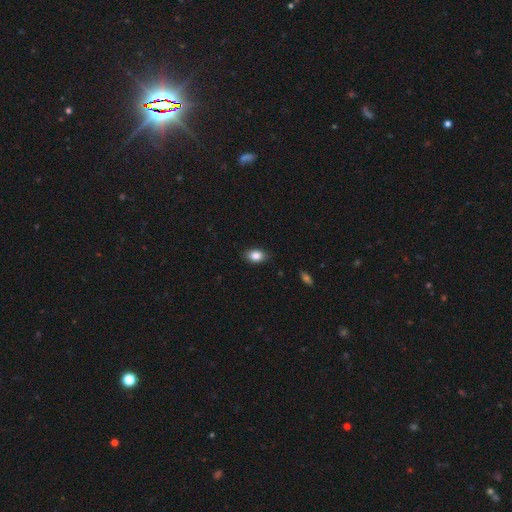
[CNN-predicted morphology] smooth 85%, star or artifact 8%, featured or disk 6%. Down the decision tree: how rounded — in between (84%); merging — none (86%).